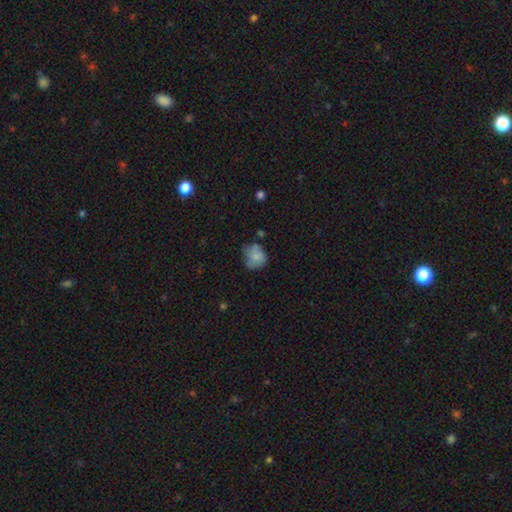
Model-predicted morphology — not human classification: Overall: smooth (74%). How rounded: round (72%). Merging: none (51%; minor disturbance 31%).